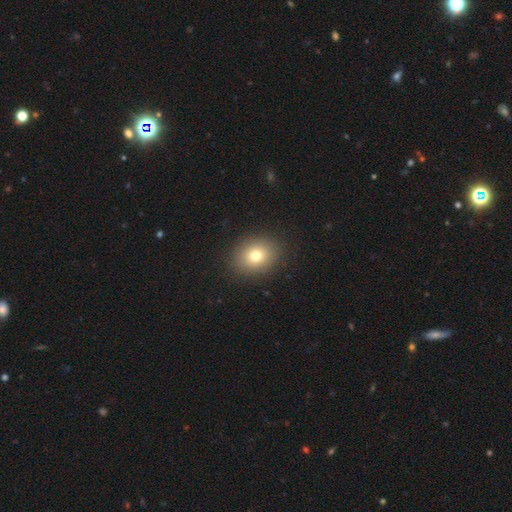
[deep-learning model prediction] Smooth or featured? smooth (77%)
How rounded? round (59%)
Merging? none (90%)